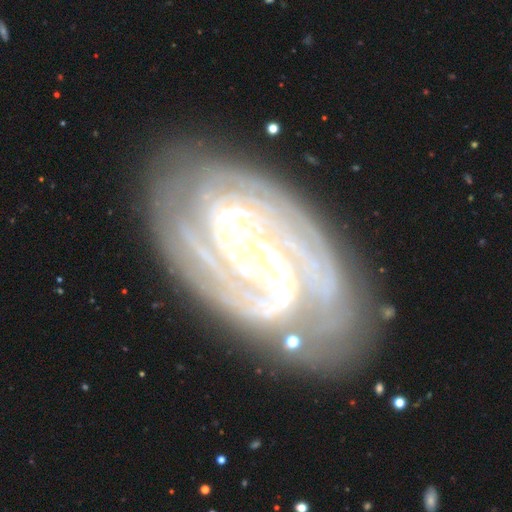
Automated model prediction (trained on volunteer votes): smooth_or_featured: featured or disk (p=0.90) [alt: star or artifact p=0.06]
disk_edge_on: no (p=0.96) [alt: yes p=0.04]
bar: strong (p=0.43) [alt: weak p=0.35]
has_spiral_arms: yes (p=0.98) [alt: no p=0.02]
spiral_winding: tight (p=0.59) [alt: medium p=0.34]
spiral_arm_count: 2 (p=0.38) [alt: 3 p=0.21]
bulge_size: small (p=0.76) [alt: moderate p=0.16]
merging: none (p=0.78) [alt: minor disturbance p=0.15]